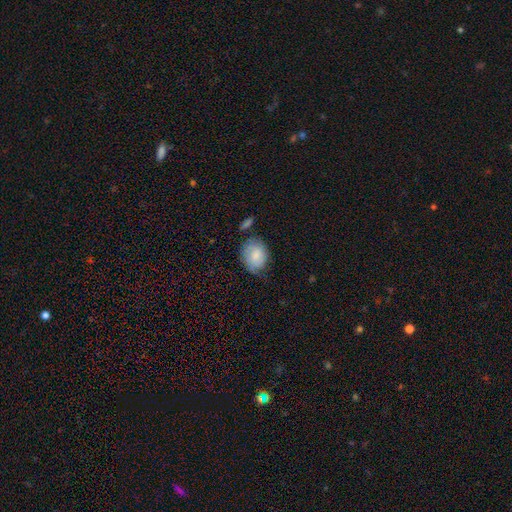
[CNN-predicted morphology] Smooth or featured? smooth (80%)
How rounded? in between (56%)
Merging? none (56%)